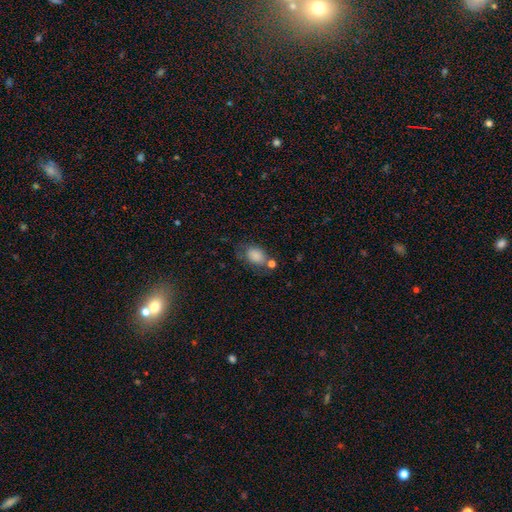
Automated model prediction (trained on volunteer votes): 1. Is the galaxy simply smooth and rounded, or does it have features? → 83% smooth, 9% star or artifact, 8% featured or disk.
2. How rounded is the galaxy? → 78% in between, 20% round, 2% cigar-shaped.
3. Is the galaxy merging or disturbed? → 53% none, 22% minor disturbance, 14% merger, 11% major disturbance.